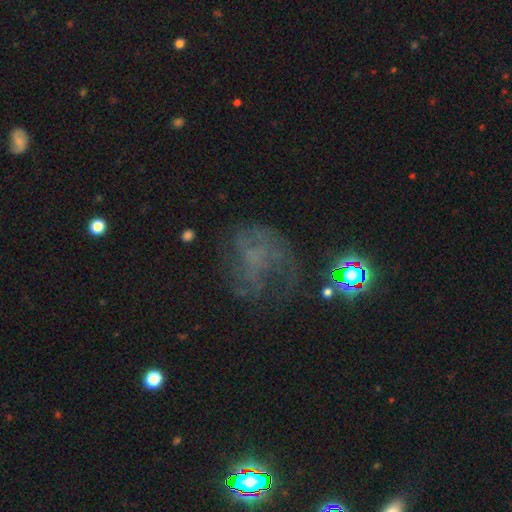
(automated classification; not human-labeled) The model was most divided on "smooth or featured": featured or disk: 44%, star or artifact: 33%, smooth: 23%. Remaining: merging — none (47%).